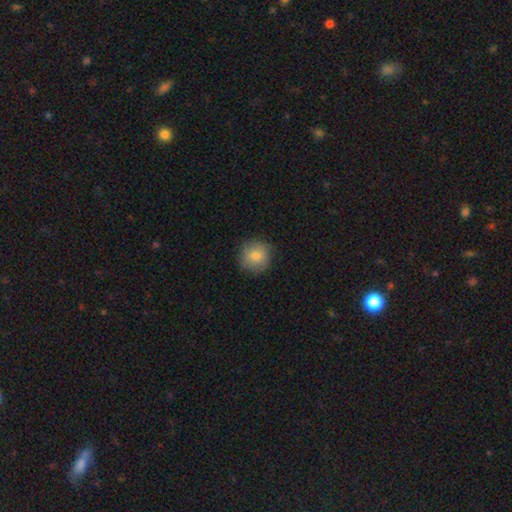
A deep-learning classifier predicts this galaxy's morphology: Smooth or featured? Predicted: smooth (p=0.79). How rounded? Predicted: round (p=0.92). Merging? Predicted: none (p=0.84).